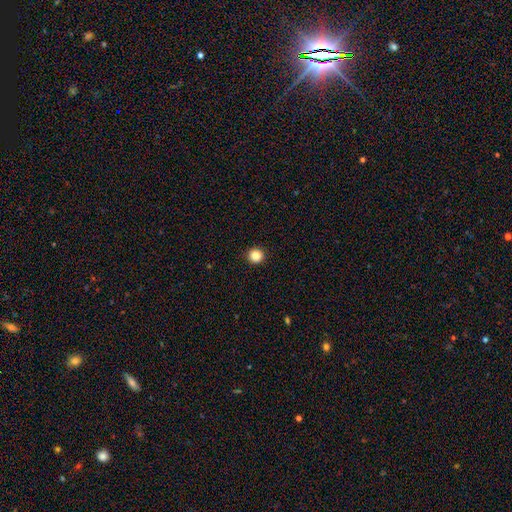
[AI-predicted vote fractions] smooth_or_featured: smooth (p=0.87) [alt: star or artifact p=0.10]
how_rounded: round (p=0.94) [alt: in between p=0.05]
merging: none (p=0.93) [alt: minor disturbance p=0.04]